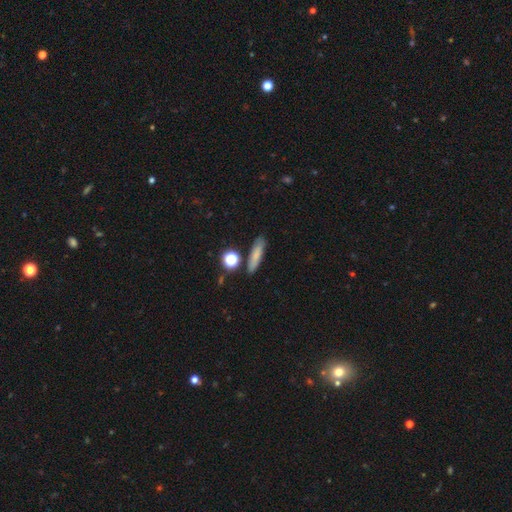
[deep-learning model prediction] A smooth galaxy with no disk features (75%) that is cigar-shaped (68%).

Vote fractions:
- Smooth or featured? smooth: 75% / featured or disk: 14% / star or artifact: 11%
- How rounded? cigar-shaped: 68% / in between: 23% / round: 9%
- Merging? none: 80% / minor disturbance: 11% / merger: 5% / major disturbance: 3%